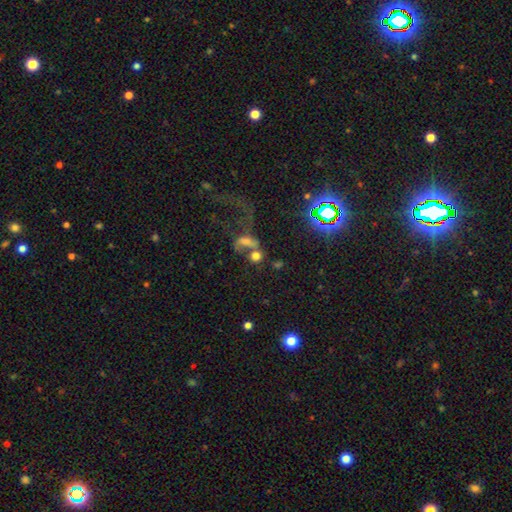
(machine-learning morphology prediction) A smooth galaxy with no disk features (55%) that is round (58%). Merging: merger (53%).